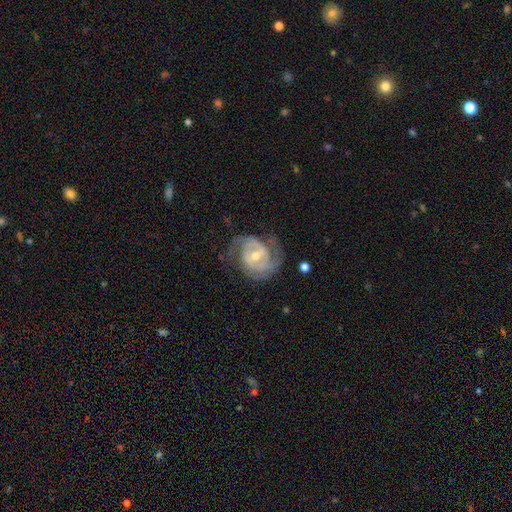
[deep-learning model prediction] A featured or disk galaxy (87%) with a weak bar (46%), 2 (64%) tight (54%) spiral arms (94%) and a moderate central bulge (55%). Merging: none (66%).